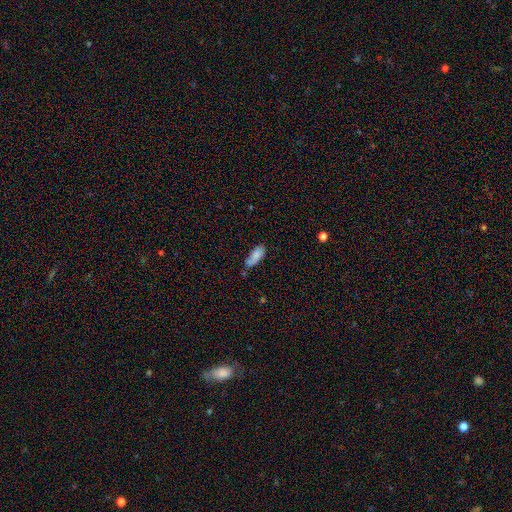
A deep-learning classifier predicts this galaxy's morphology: A smooth galaxy with no disk features (80%) that is in between round and cigar-shaped (79%). Merging: none (48%).